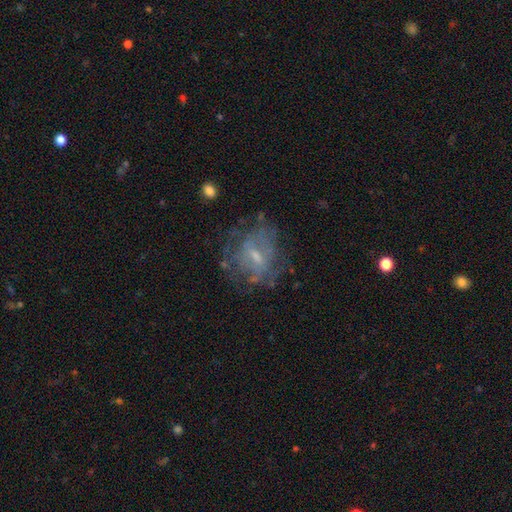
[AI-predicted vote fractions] Smooth or featured?
  - featured or disk: 62% *
  - smooth: 27%
  - star or artifact: 11%
Edge-on disk?
  - no: 95% *
  - yes: 5%
Bar?
  - weak: 47% *
  - no: 42%
  - strong: 11%
Spiral arms?
  - no: 62% *
  - yes: 38%
Bulge size?
  - small: 52% *
  - moderate: 34%
  - none: 11%
  - large: 2%
  - dominant: 1%
Merging?
  - none: 55% *
  - minor disturbance: 22%
  - major disturbance: 21%
  - merger: 3%